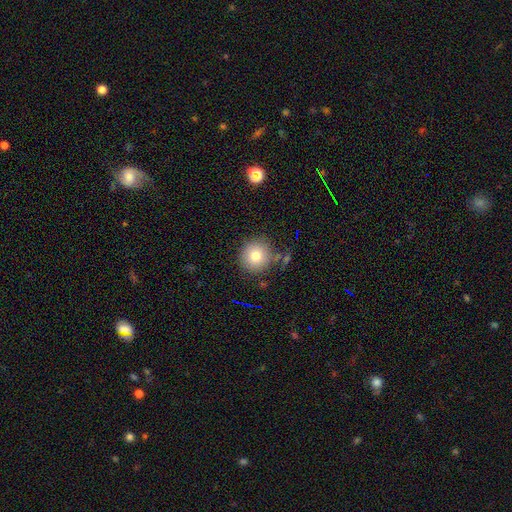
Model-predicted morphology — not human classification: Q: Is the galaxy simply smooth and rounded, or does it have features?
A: smooth — 80%.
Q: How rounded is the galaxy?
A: round — 92%.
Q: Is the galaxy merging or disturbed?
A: none — 81%.